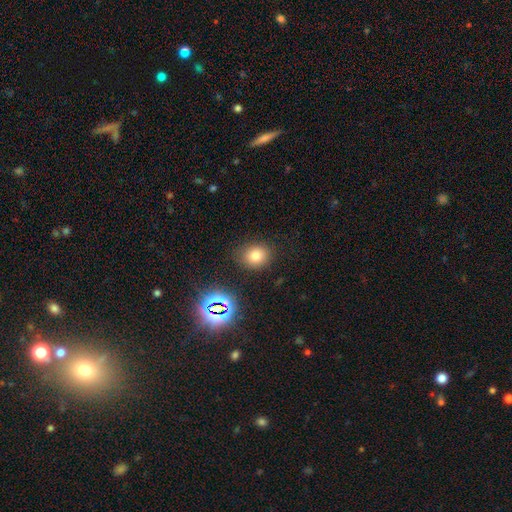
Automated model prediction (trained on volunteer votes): smooth 74%, star or artifact 18%, featured or disk 9%. Down the decision tree: how rounded — round (68%); merging — none (83%).